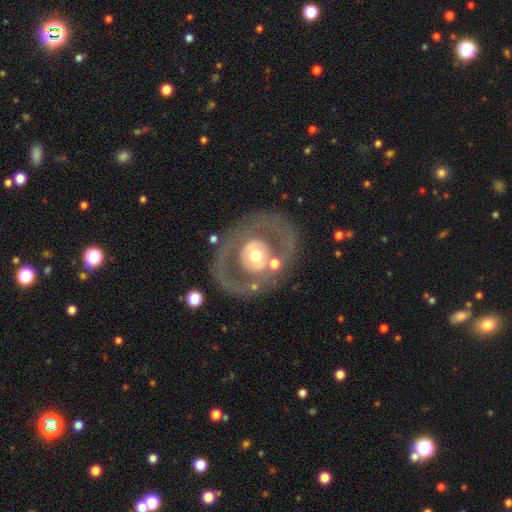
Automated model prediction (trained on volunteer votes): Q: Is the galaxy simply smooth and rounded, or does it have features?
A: featured or disk — 65%.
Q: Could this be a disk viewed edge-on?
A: no — 94%.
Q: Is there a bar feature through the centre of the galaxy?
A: no — 69%.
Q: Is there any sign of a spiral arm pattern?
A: no — 80%.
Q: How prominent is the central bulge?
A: moderate — 65%.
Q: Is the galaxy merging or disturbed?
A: none — 72%.